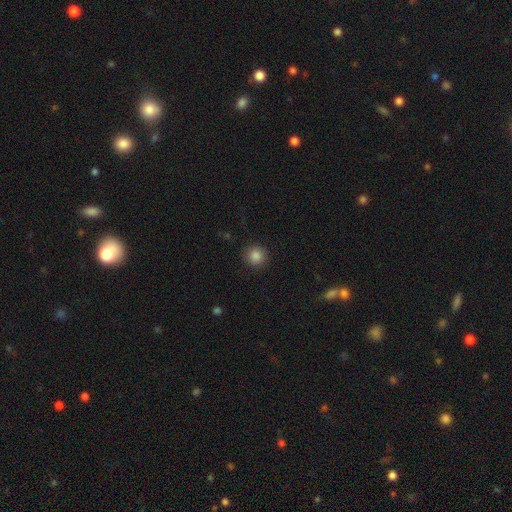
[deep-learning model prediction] Smooth or featured: smooth — 85% (star or artifact — 11%)
How rounded: round — 93% (in between — 6%)
Merging: none — 89% (minor disturbance — 8%)